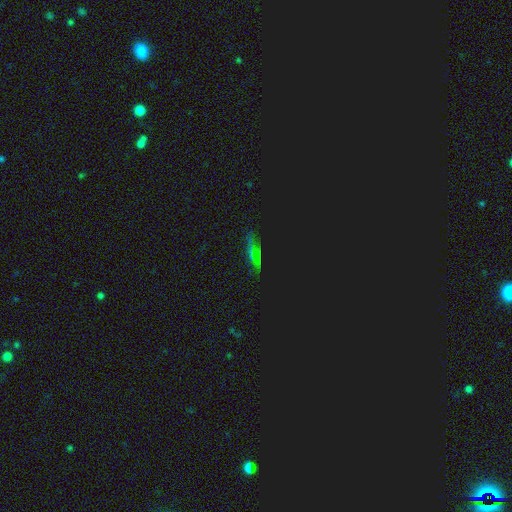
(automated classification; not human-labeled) This appears to be a star or artifact, not a galaxy (58%).